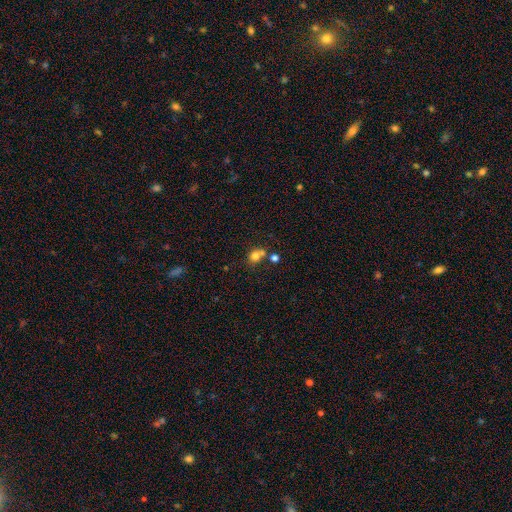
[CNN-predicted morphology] Overall: smooth (77%). How rounded: round (74%). Merging: none (47%; merger 38%).